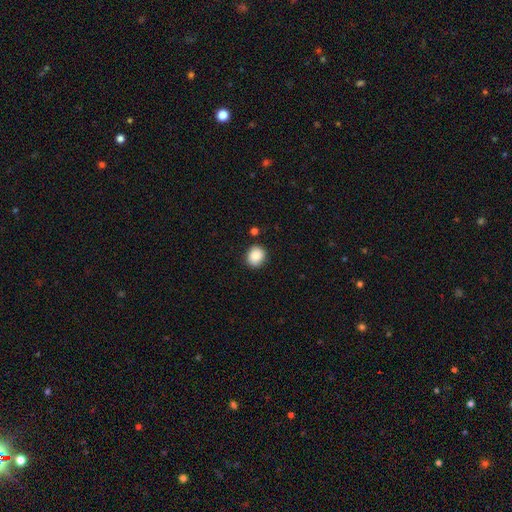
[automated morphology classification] smooth 88%, star or artifact 8%, featured or disk 4%. Down the decision tree: how rounded — round (75%); merging — none (85%).